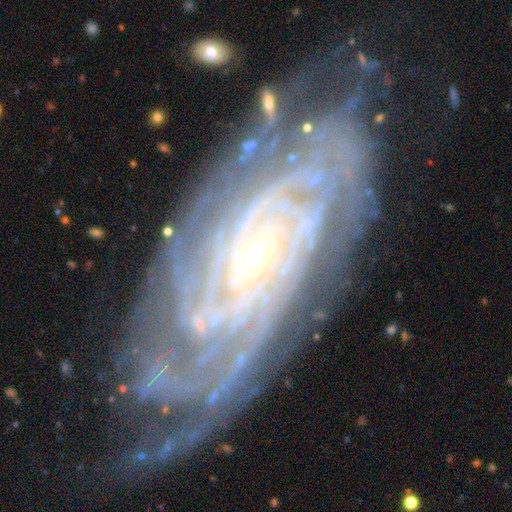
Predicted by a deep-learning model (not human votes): Overall: featured or disk (91%). Edge-on disk: no (94%). Bar: no (52%; weak 32%). Spiral arms: yes (98%). Spiral arm count: can't tell (24%; 4 22%). Spiral winding: tight (81%). Bulge size: small (76%). Merging: none (74%).